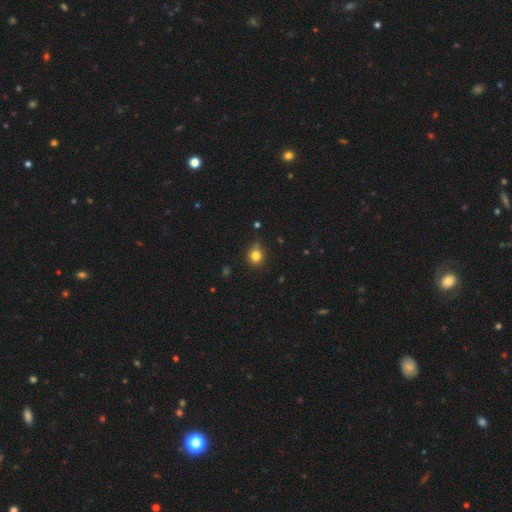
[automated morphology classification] smooth-or-featured: smooth: 80% | star or artifact: 13% | featured or disk: 6%
  how-rounded: round: 85% | in between: 13% | cigar-shaped: 1%
  merging: none: 73% | minor disturbance: 19% | major disturbance: 4% | merger: 4%